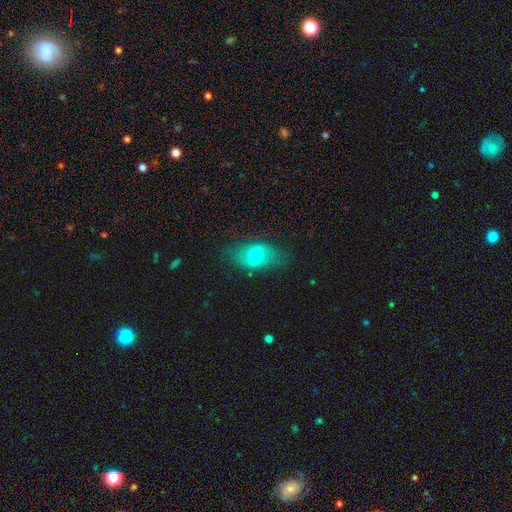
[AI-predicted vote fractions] Overall: smooth (60%; featured or disk 32%). How rounded: in between (85%). Merging: none (73%).